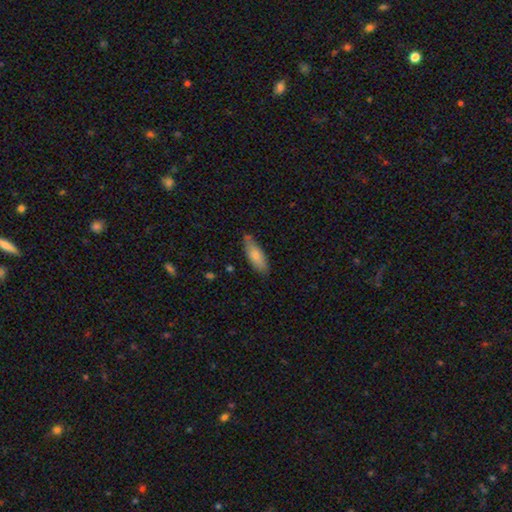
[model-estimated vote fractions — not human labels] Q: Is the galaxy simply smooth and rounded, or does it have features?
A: smooth — 79%.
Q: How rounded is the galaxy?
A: in between — 64%.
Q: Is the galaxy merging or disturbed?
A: none — 72%.